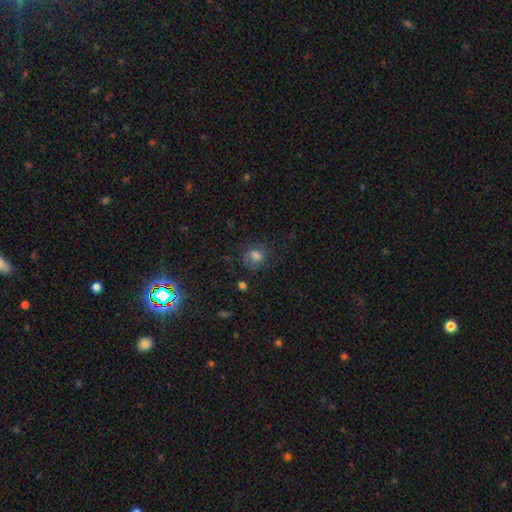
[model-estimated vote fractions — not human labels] This is likely a smooth galaxy (65%). How rounded: likely round (62%). Merging: likely none (62%).